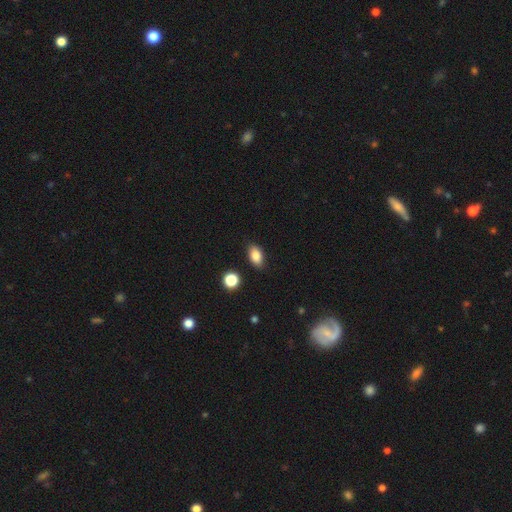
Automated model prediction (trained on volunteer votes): Q: Smooth or featured?
A: smooth (85%); runner-up: star or artifact (9%)
Q: How rounded?
A: in between (88%); runner-up: round (10%)
Q: Merging?
A: none (86%); runner-up: minor disturbance (10%)